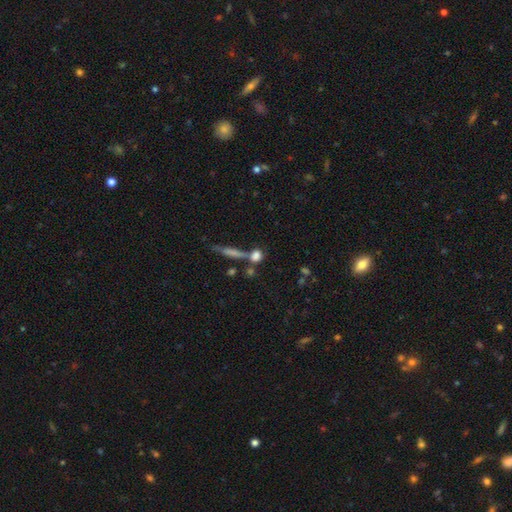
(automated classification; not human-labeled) Overall: smooth (75%). How rounded: round (58%; in between 26%). Merging: none (54%; merger 28%).